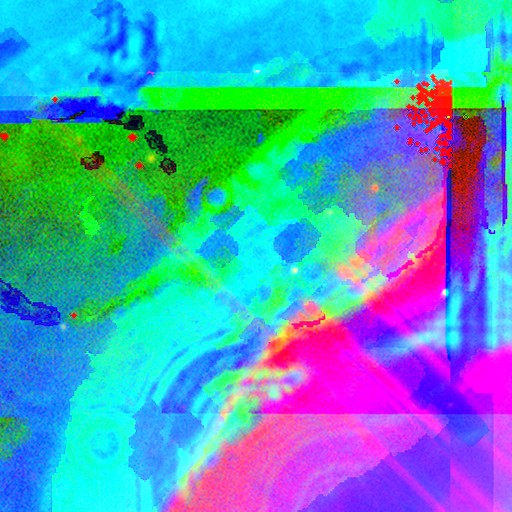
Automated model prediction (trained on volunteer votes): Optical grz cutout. It shows a star or artifact, not a galaxy (86%).